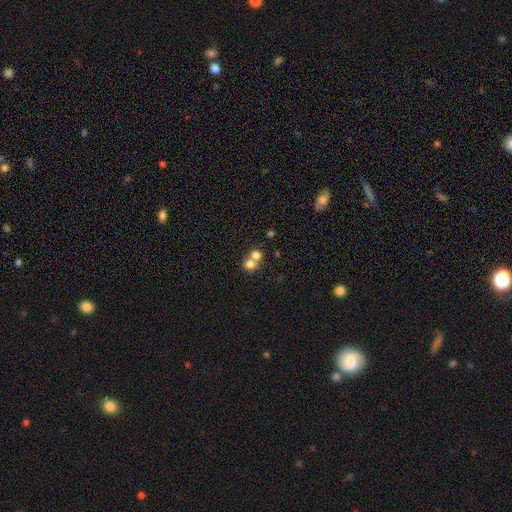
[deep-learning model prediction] Q: Smooth or featured?
A: smooth (75%); runner-up: featured or disk (14%)
Q: How rounded?
A: round (82%); runner-up: in between (17%)
Q: Merging?
A: merger (63%); runner-up: none (31%)